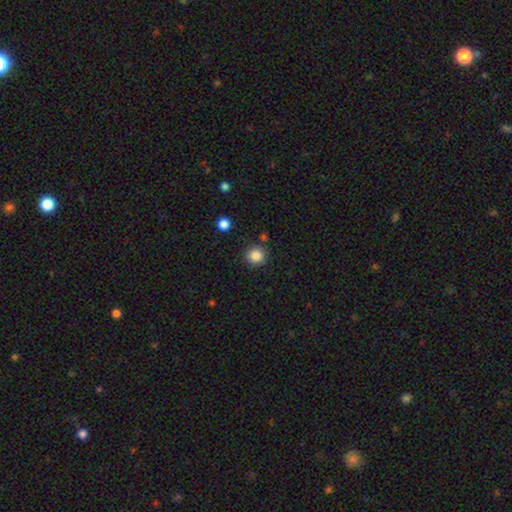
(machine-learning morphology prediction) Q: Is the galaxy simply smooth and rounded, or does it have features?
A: smooth — 85%.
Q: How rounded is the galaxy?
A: round — 93%.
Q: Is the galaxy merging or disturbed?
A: none — 86%.